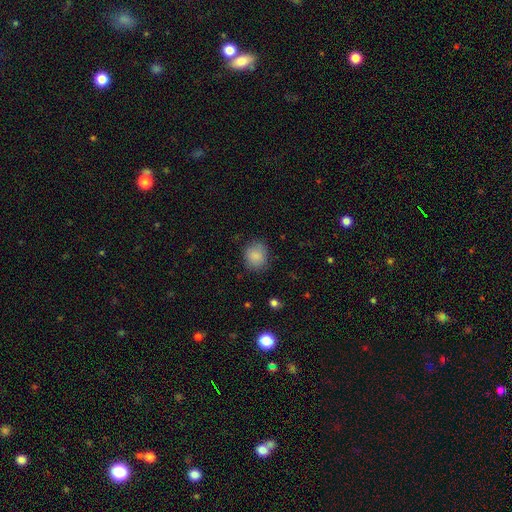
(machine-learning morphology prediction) Smooth or featured? Predicted: smooth (p=0.86). How rounded? Predicted: round (p=0.72). Merging? Predicted: none (p=0.79).